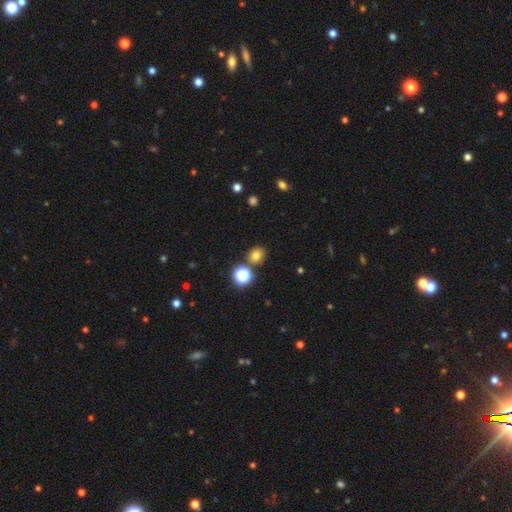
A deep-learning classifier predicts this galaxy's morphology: Smooth or featured?
  - smooth: 75% *
  - star or artifact: 18%
  - featured or disk: 7%
How rounded?
  - round: 81% *
  - in between: 18%
  - cigar-shaped: 1%
Merging?
  - none: 81% *
  - merger: 9%
  - minor disturbance: 8%
  - major disturbance: 3%